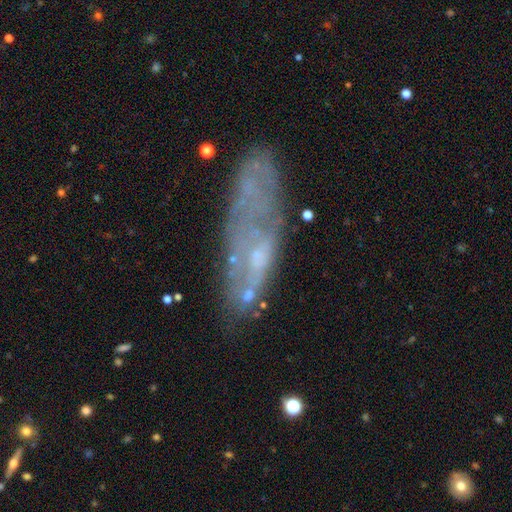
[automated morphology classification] smooth-or-featured: featured or disk: 57% | smooth: 30% | star or artifact: 13%
  disk-edge-on: no: 73% | yes: 27%
  merging: none: 62% | minor disturbance: 19% | major disturbance: 12% | merger: 6%